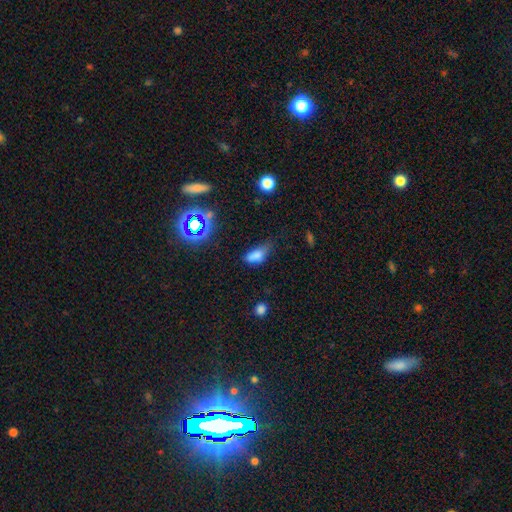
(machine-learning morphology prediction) This appears to be a smooth galaxy with no disk features (72%) that is in between round and cigar-shaped (81%). Merging: minor disturbance (40%).